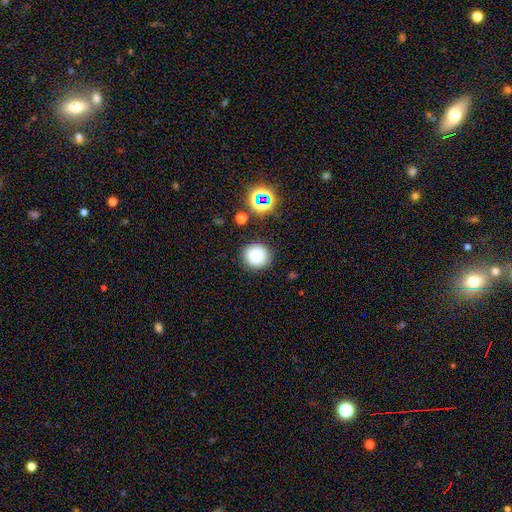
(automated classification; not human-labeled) This is likely a smooth galaxy (77%). How rounded: clearly round (91%). Merging: clearly none (82%).